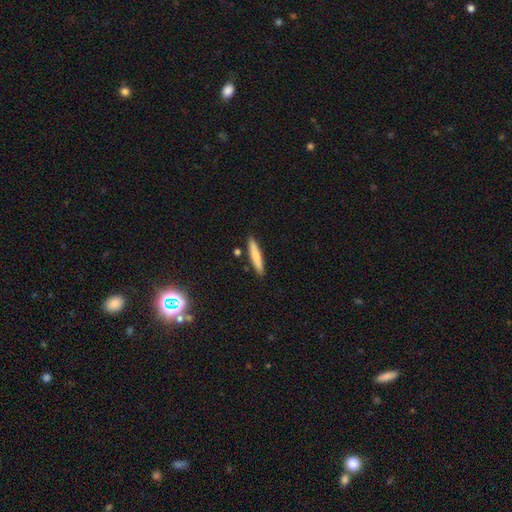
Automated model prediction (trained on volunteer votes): Smooth or featured? Predicted: smooth (p=0.75). How rounded? Predicted: cigar-shaped (p=0.90). Merging? Predicted: none (p=0.87).